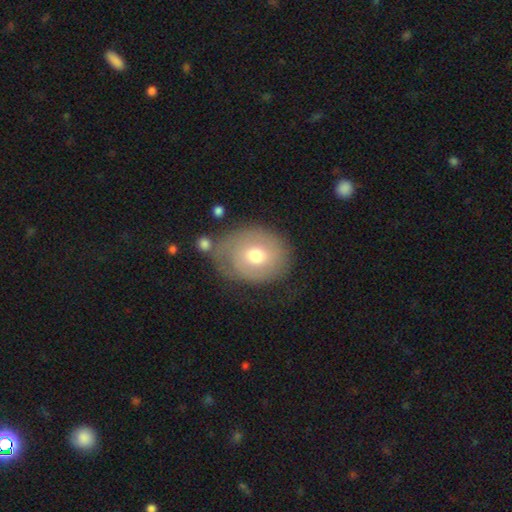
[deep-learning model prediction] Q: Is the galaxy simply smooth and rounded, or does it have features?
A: smooth — 52%.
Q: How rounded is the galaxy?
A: round — 51%.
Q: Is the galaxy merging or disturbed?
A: none — 57%.